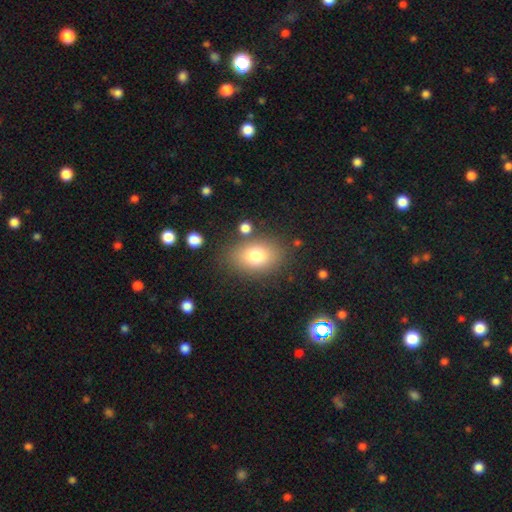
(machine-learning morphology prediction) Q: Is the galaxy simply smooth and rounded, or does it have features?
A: smooth — 77%.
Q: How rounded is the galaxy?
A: in between — 77%.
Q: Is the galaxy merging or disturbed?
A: none — 79%.